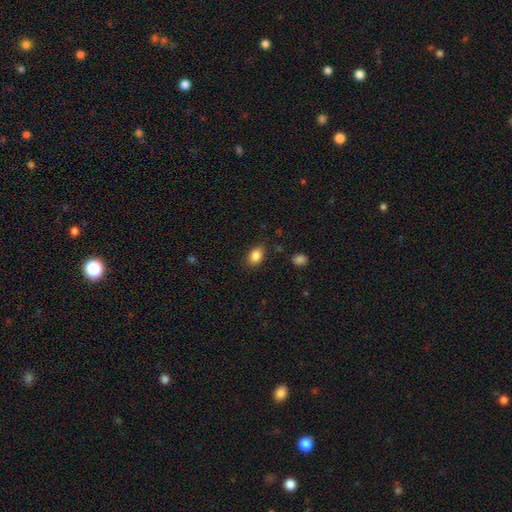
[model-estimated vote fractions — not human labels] Overall: smooth (86%). How rounded: in between (81%). Merging: none (84%).